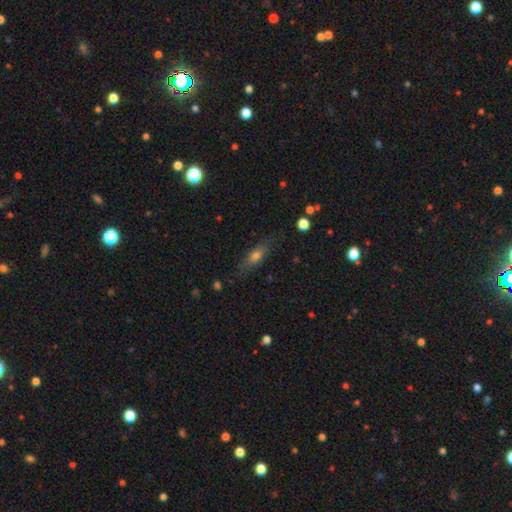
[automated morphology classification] Smooth or featured: smooth — 61% (featured or disk — 29%)
How rounded: in between — 52% (cigar-shaped — 43%)
Merging: none — 78% (minor disturbance — 16%)